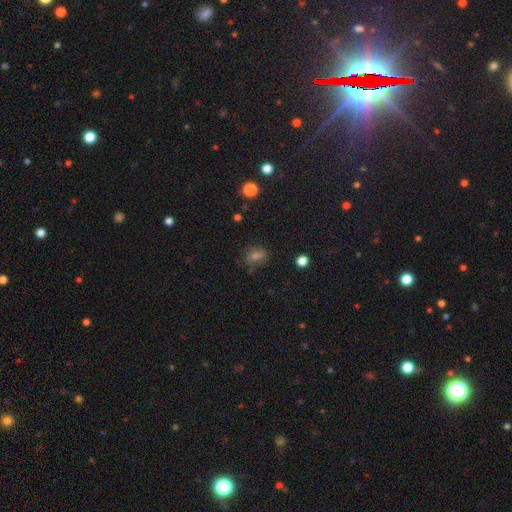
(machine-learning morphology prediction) This is possibly a smooth galaxy (57%). How rounded: possibly round (60%). Merging: likely none (76%).